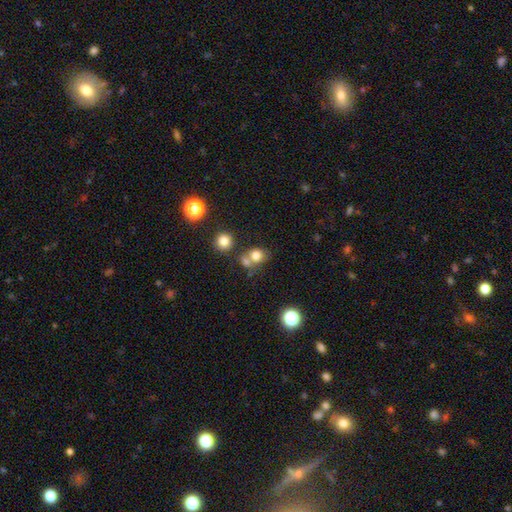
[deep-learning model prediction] Morphology: type=smooth (76%); roundness=round (65%); merging=none (44%).